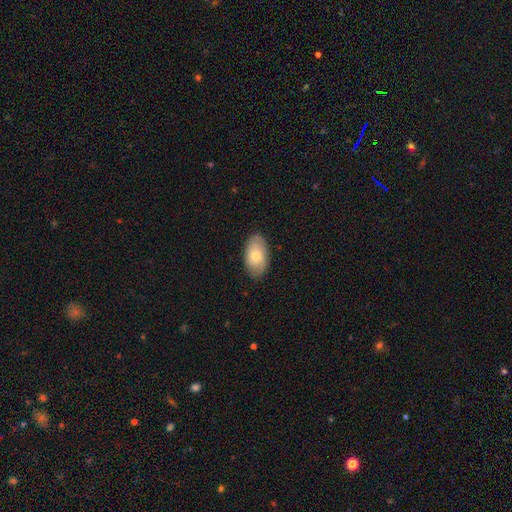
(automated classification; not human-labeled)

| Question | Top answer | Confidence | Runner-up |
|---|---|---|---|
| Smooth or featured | smooth | 72% | featured or disk (22%) |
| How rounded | in between | 93% | round (6%) |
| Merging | none | 85% | minor disturbance (12%) |